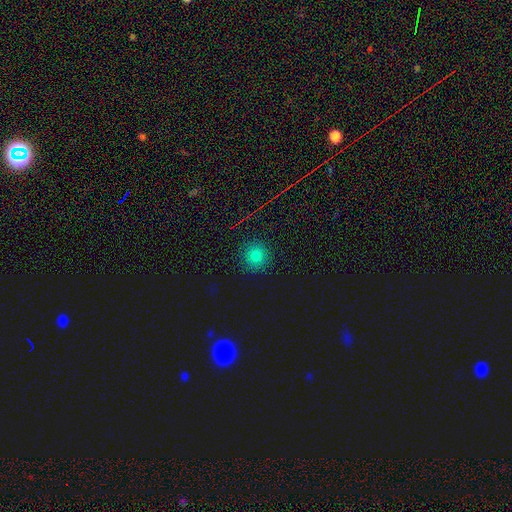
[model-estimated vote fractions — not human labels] A smooth galaxy with no disk features (78%) that is round (93%). Merging: none (90%).